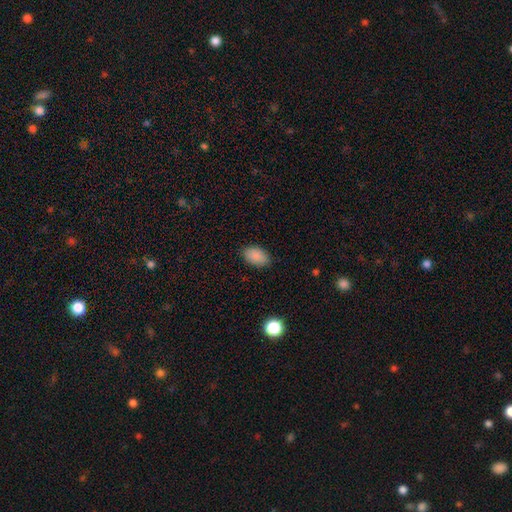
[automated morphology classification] Smooth or featured? Predicted: smooth (p=0.88). How rounded? Predicted: in between (p=0.92). Merging? Predicted: none (p=0.86).